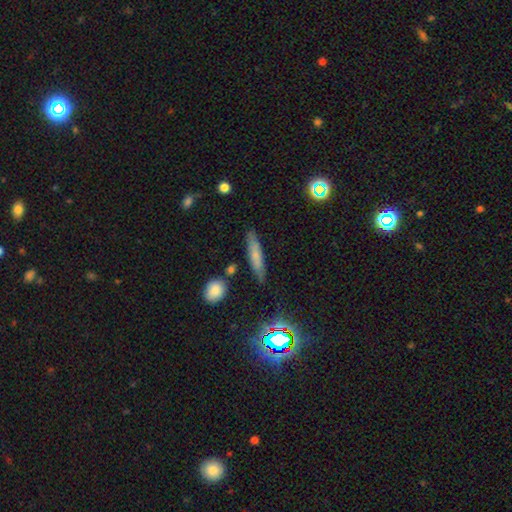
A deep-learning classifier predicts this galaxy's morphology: Smooth or featured? Predicted: smooth (p=0.62). How rounded? Predicted: cigar-shaped (p=0.79). Merging? Predicted: none (p=0.80).